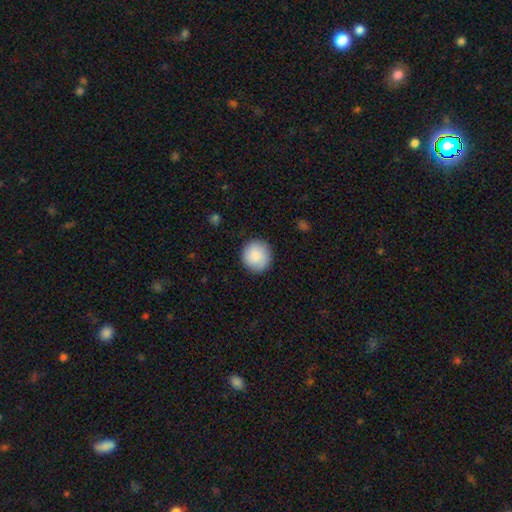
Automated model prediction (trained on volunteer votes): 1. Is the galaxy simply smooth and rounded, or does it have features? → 89% smooth, 6% star or artifact, 5% featured or disk.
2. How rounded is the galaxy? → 94% round, 5% in between, 1% cigar-shaped.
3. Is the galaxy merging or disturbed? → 90% none, 7% minor disturbance, 2% major disturbance, 1% merger.